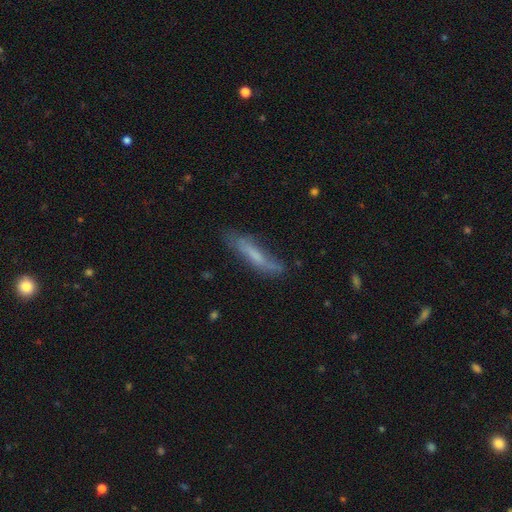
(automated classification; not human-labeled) Overall: smooth (56%; featured or disk 37%). How rounded: cigar-shaped (84%). Merging: none (61%; minor disturbance 26%).